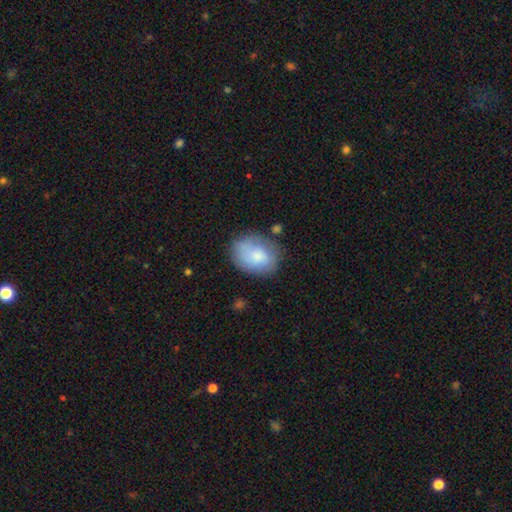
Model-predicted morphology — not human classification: A smooth galaxy with no disk features (73%) that is in between round and cigar-shaped (60%).

Vote fractions:
- Smooth or featured? smooth: 73% / featured or disk: 20% / star or artifact: 7%
- How rounded? in between: 60% / round: 39% / cigar-shaped: 1%
- Merging? none: 65% / minor disturbance: 23% / major disturbance: 8% / merger: 4%